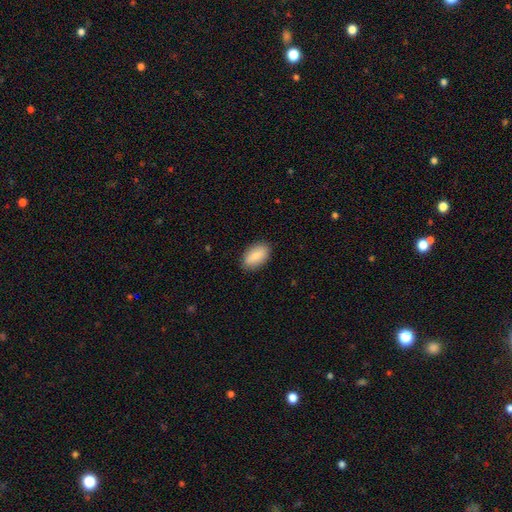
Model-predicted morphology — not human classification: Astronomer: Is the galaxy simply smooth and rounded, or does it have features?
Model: smooth — 86%.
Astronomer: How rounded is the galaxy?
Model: in between — 93%.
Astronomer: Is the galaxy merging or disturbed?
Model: none — 86%.